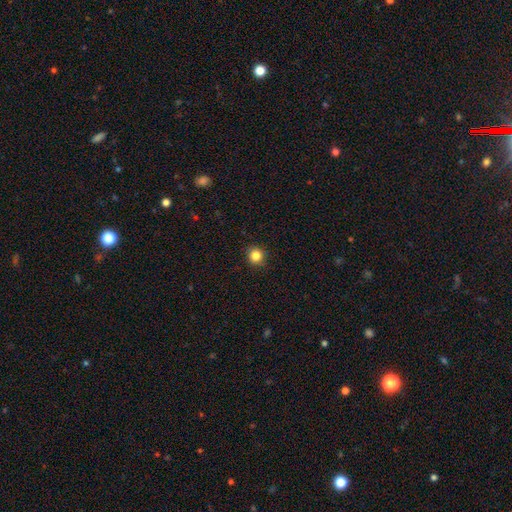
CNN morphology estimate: Overall: smooth (84%). How rounded: round (92%). Merging: none (92%).